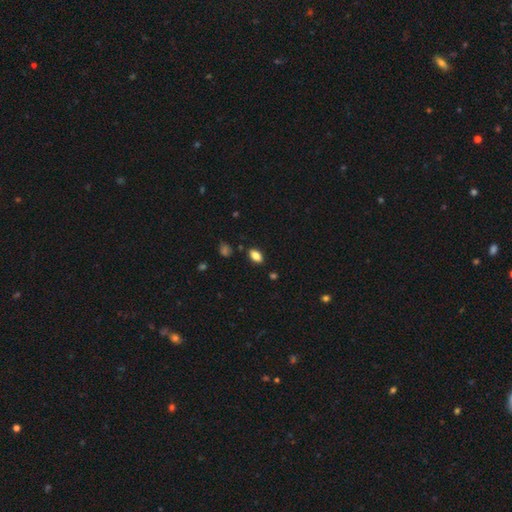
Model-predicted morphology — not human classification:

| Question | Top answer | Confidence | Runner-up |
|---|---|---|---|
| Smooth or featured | smooth | 83% | star or artifact (10%) |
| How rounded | in between | 89% | round (7%) |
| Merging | none | 86% | minor disturbance (10%) |